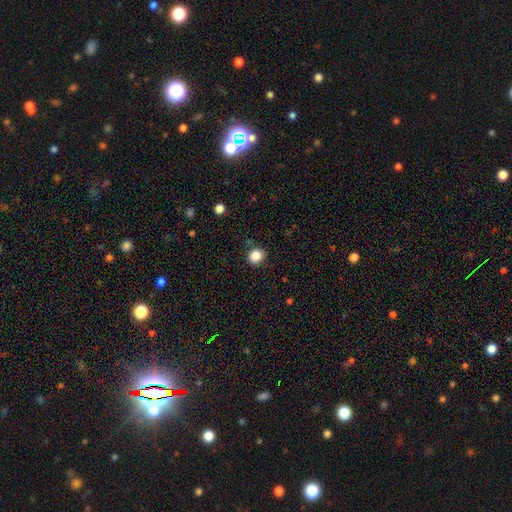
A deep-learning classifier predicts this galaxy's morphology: This appears to be a smooth galaxy with no disk features (86%) that is round (87%). Merging: none (86%).